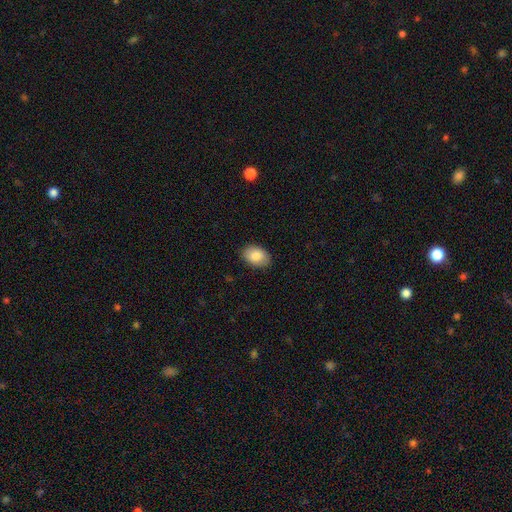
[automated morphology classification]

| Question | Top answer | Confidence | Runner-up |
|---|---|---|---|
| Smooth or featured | smooth | 86% | star or artifact (7%) |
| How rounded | in between | 86% | round (13%) |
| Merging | none | 88% | minor disturbance (10%) |